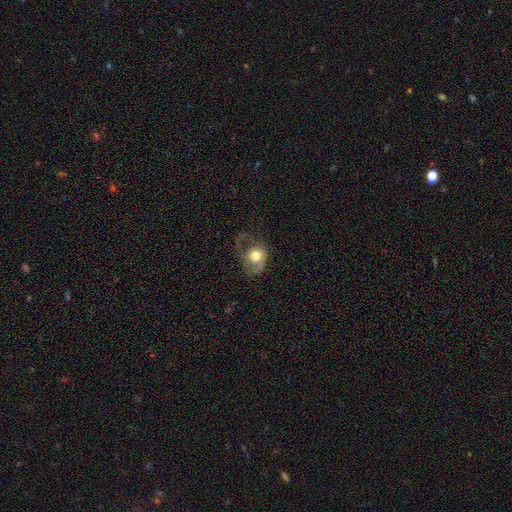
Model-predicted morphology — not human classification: A smooth galaxy with no disk features (60%) that is round (51%).

Vote fractions:
- Smooth or featured? smooth: 60% / featured or disk: 32% / star or artifact: 8%
- How rounded? round: 51% / in between: 47% / cigar-shaped: 1%
- Merging? major disturbance: 48% / none: 27% / minor disturbance: 23% / merger: 2%